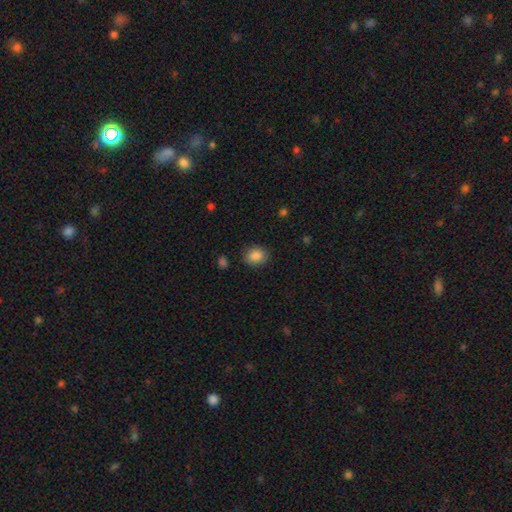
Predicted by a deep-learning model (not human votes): The model was most divided on "how rounded": in between: 55%, round: 44%, cigar-shaped: 1%. More confident: smooth or featured — smooth (87%); merging — none (83%).